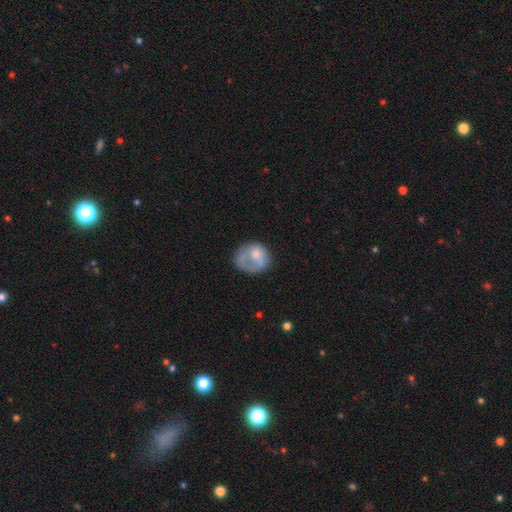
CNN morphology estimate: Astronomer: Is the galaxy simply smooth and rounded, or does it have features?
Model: smooth — 60%.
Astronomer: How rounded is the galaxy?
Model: round — 60% (runner-up: in between, 39%).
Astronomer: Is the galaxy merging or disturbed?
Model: none — 39% (runner-up: major disturbance, 30%).